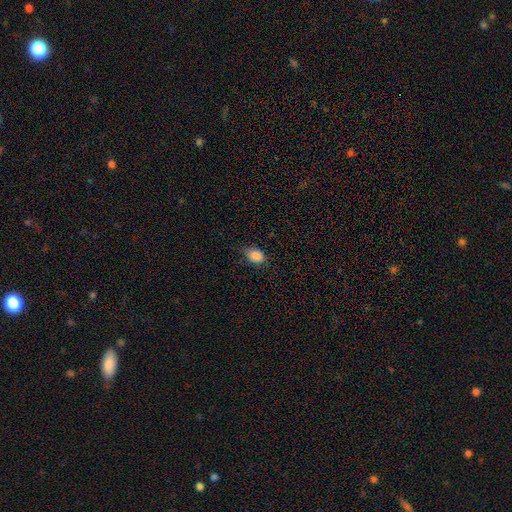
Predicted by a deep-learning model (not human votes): smooth-or-featured: smooth: 86% | star or artifact: 9% | featured or disk: 5%
  how-rounded: in between: 66% | round: 32% | cigar-shaped: 1%
  merging: none: 71% | minor disturbance: 23% | major disturbance: 4% | merger: 1%